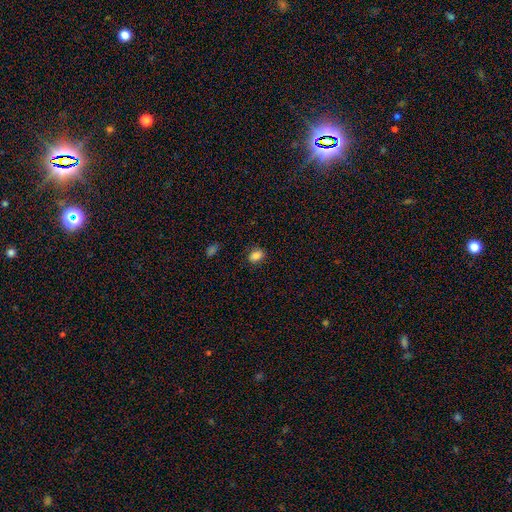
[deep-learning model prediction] This is clearly a smooth galaxy (85%). How rounded: likely in between (72%). Merging: clearly none (84%).